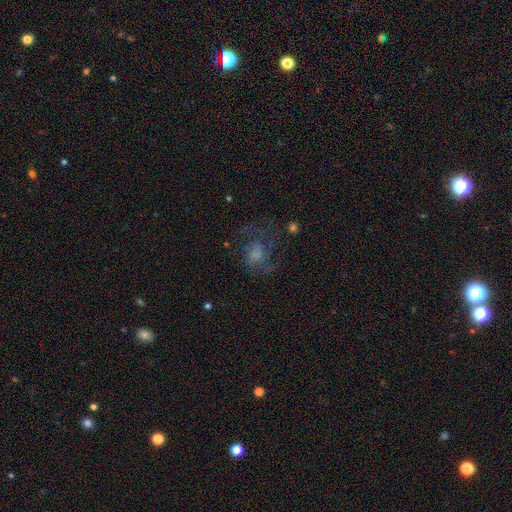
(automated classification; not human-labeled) featured or disk 52%, smooth 35%, star or artifact 13%. Down the decision tree: edge-on disk — no (97%); bar — no (70%); spiral arms — yes (74%); bulge size — moderate (32%); merging — none (46%).